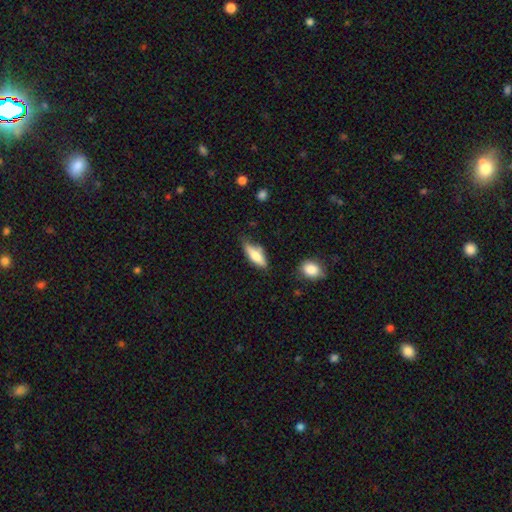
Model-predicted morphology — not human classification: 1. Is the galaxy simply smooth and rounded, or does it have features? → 64% smooth, 29% featured or disk, 7% star or artifact.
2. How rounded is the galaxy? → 56% in between, 42% cigar-shaped, 2% round.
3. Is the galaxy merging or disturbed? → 62% none, 27% minor disturbance, 7% major disturbance, 5% merger.